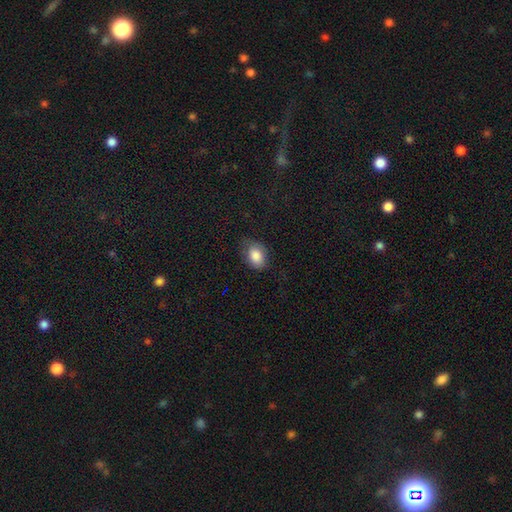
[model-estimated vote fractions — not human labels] A smooth galaxy with no disk features (83%) that is in between round and cigar-shaped (79%).

Vote fractions:
- Smooth or featured? smooth: 83% / featured or disk: 8% / star or artifact: 8%
- How rounded? in between: 79% / round: 19% / cigar-shaped: 1%
- Merging? none: 67% / minor disturbance: 25% / major disturbance: 8% / merger: 1%